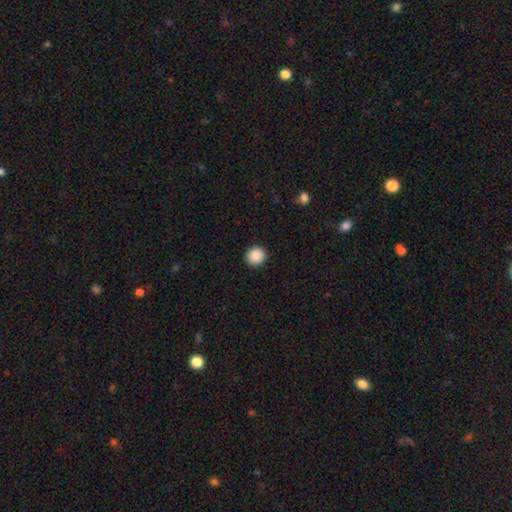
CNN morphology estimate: This appears to be a smooth galaxy with no disk features (89%) that is round (91%). Merging: none (92%).